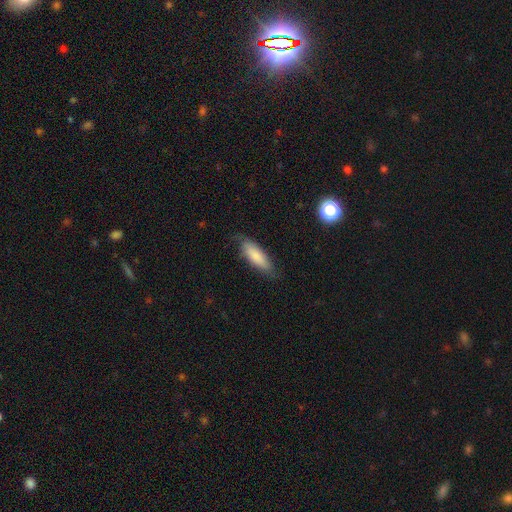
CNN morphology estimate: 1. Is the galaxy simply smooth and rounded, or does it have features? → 79% smooth, 16% featured or disk, 6% star or artifact.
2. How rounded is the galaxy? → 58% in between, 40% cigar-shaped, 2% round.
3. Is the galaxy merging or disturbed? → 73% none, 21% minor disturbance, 5% major disturbance, 1% merger.